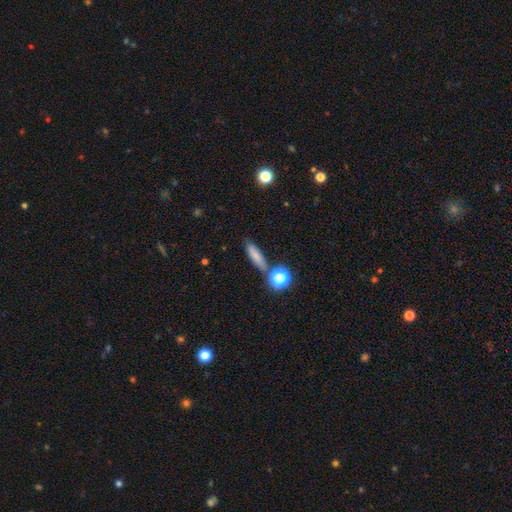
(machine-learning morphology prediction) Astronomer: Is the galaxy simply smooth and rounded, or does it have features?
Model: smooth — 76%.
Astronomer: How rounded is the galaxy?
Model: cigar-shaped — 53% (runner-up: in between, 38%).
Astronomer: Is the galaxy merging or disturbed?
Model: none — 77%.